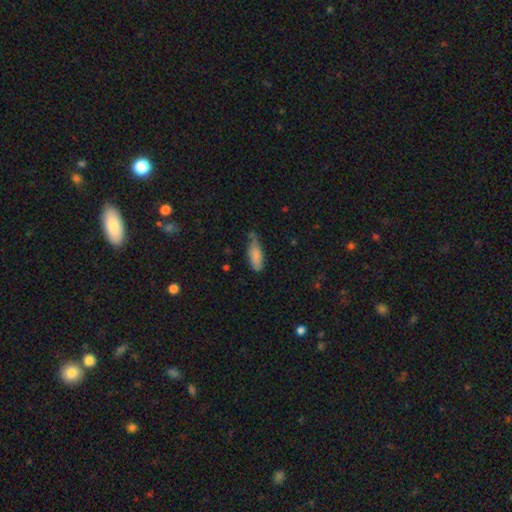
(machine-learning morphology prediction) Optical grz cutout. It shows a smooth galaxy with no disk features (81%) that is in between round and cigar-shaped (67%). Merging: minor disturbance (43%).